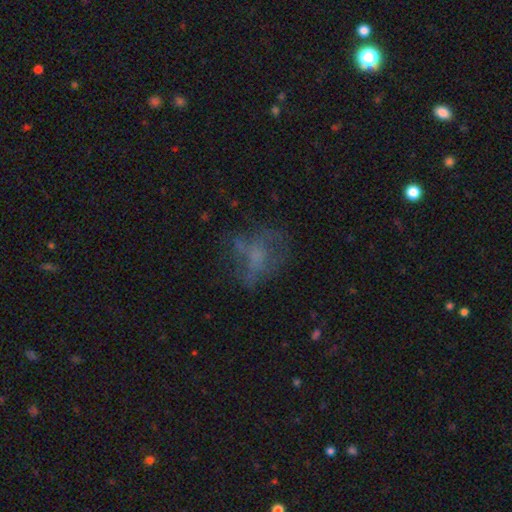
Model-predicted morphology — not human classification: type=featured or disk (43%); merging=none (48%).